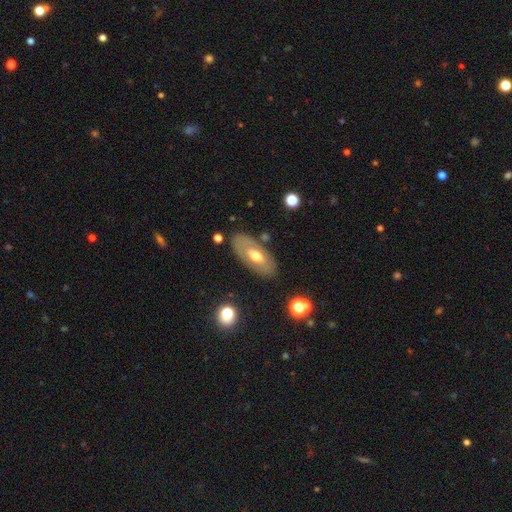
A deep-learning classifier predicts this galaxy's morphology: Smooth or featured? Predicted: featured or disk (p=0.49). Merging? Predicted: none (p=0.80).